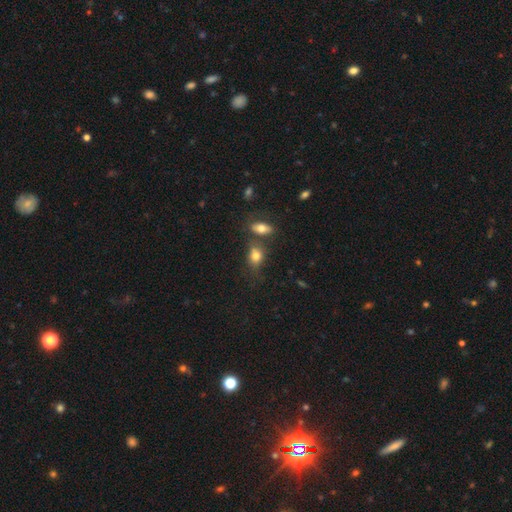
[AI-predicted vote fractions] Smooth or featured?
  - smooth: 79% *
  - featured or disk: 11%
  - star or artifact: 10%
How rounded?
  - in between: 73% *
  - round: 24%
  - cigar-shaped: 3%
Merging?
  - none: 52% *
  - merger: 26%
  - minor disturbance: 16%
  - major disturbance: 6%